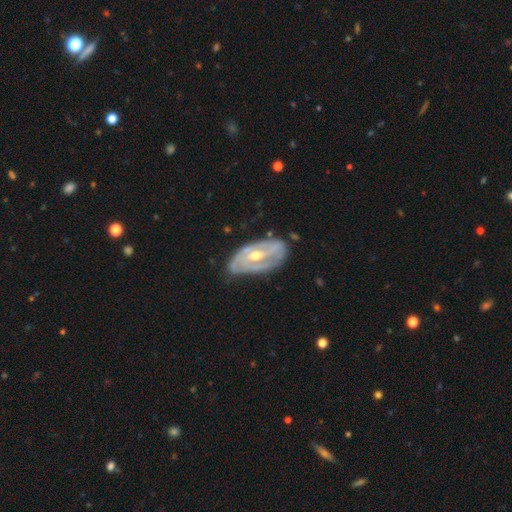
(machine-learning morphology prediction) Overall: featured or disk (83%). Edge-on disk: no (93%). Bar: weak (40%; no 37%). Spiral arms: yes (86%). Spiral arm count: 2 (46%; can't tell 30%). Spiral winding: tight (55%; medium 33%). Bulge size: moderate (63%; small 33%). Merging: none (63%; minor disturbance 27%).